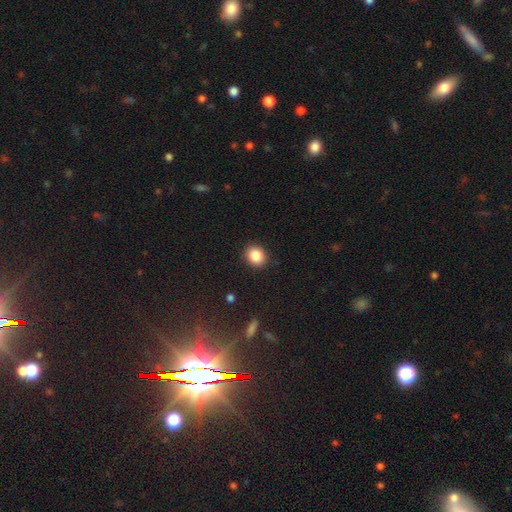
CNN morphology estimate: Smooth or featured?
  - smooth: 86% *
  - star or artifact: 10%
  - featured or disk: 4%
How rounded?
  - round: 67% *
  - in between: 32%
  - cigar-shaped: 1%
Merging?
  - none: 89% *
  - minor disturbance: 8%
  - major disturbance: 2%
  - merger: 1%